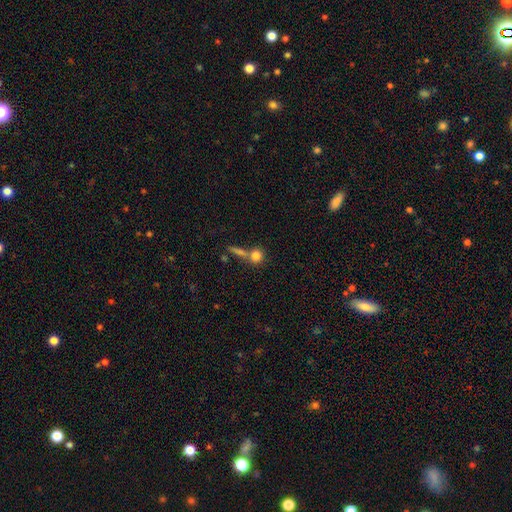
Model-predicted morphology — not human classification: smooth-or-featured: smooth: 80% | featured or disk: 10% | star or artifact: 10%
  how-rounded: round: 79% | in between: 16% | cigar-shaped: 5%
  merging: none: 52% | merger: 34% | minor disturbance: 9% | major disturbance: 5%